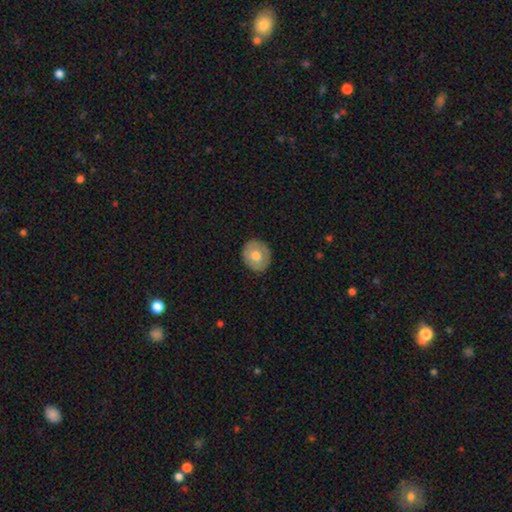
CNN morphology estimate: Overall: smooth (63%; featured or disk 31%). How rounded: round (76%). Merging: none (86%).